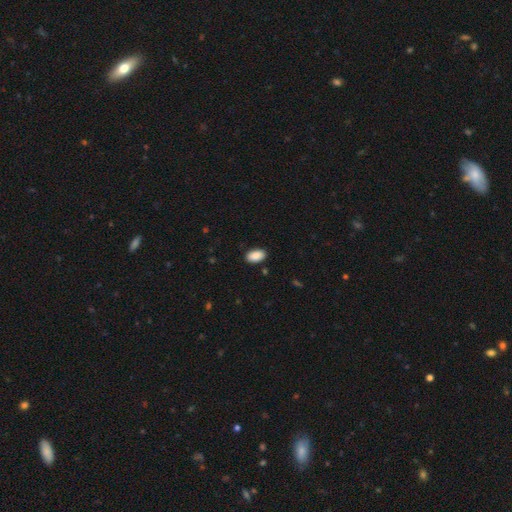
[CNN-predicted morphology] Q: Smooth or featured?
A: smooth (89%); runner-up: star or artifact (7%)
Q: How rounded?
A: in between (94%); runner-up: round (5%)
Q: Merging?
A: none (89%); runner-up: minor disturbance (8%)